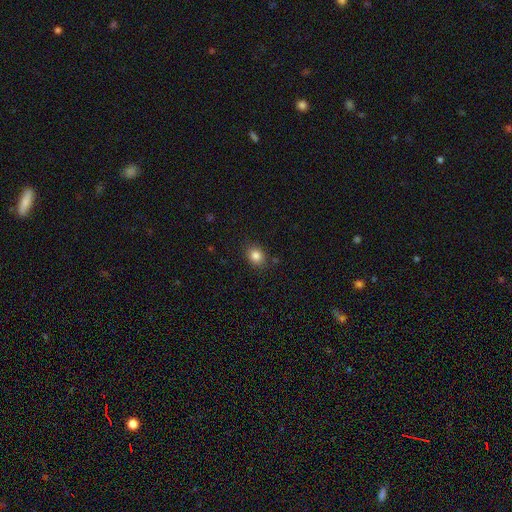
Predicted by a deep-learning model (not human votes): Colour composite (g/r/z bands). It shows a smooth galaxy with no disk features (84%) that is round (56%). Merging: none (84%).